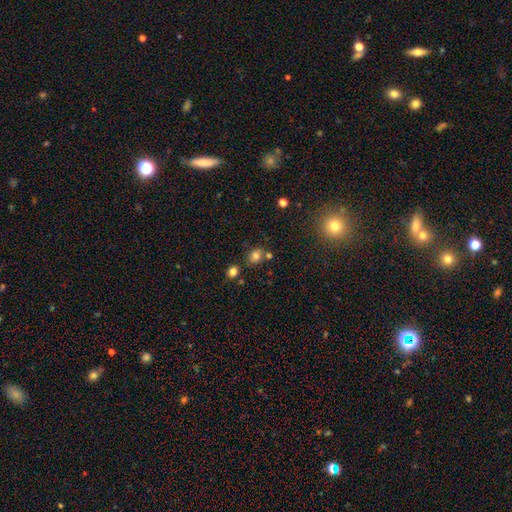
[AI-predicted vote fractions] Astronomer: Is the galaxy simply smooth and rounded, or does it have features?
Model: smooth — 76%.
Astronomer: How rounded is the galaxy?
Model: round — 54% (runner-up: in between, 45%).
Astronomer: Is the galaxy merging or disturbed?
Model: none — 68%.